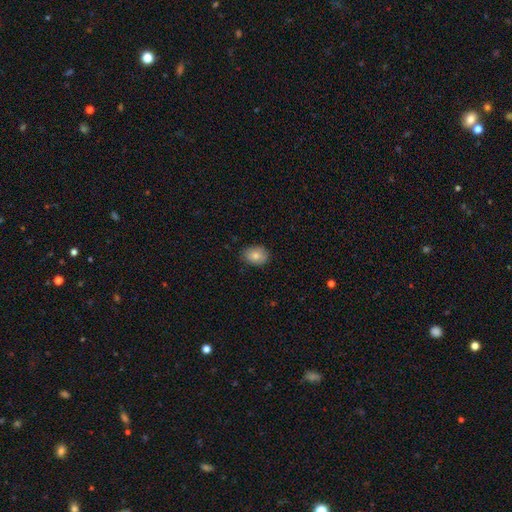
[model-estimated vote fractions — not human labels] This is clearly a smooth galaxy (83%). How rounded: likely in between (69%). Merging: clearly none (84%).